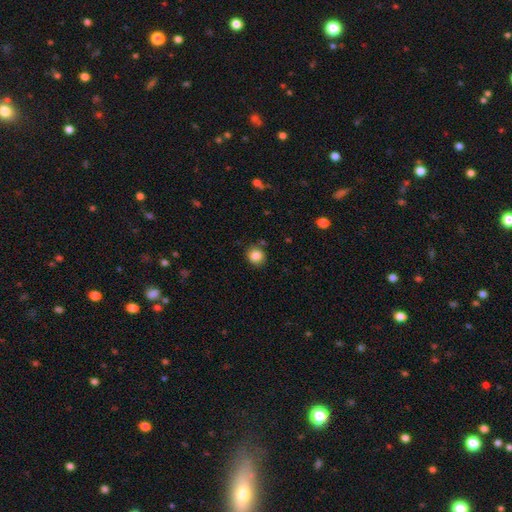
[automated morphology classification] Smooth or featured?
  - smooth: 85% *
  - star or artifact: 10%
  - featured or disk: 4%
How rounded?
  - round: 87% *
  - in between: 12%
  - cigar-shaped: 1%
Merging?
  - none: 84% *
  - minor disturbance: 10%
  - merger: 3%
  - major disturbance: 3%